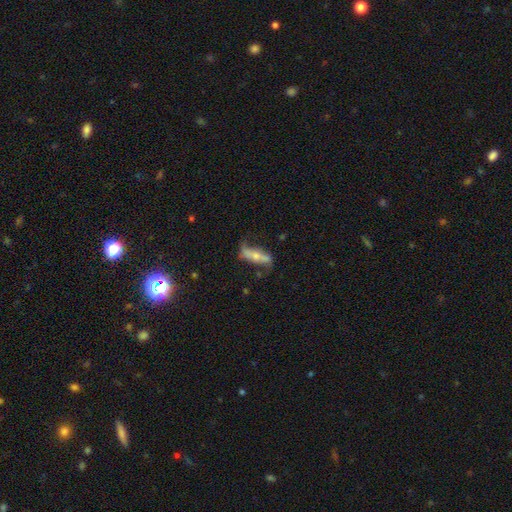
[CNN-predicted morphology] Overall: featured or disk (57%; smooth 36%). Edge-on disk: no (58%; yes 42%). Merging: none (57%; minor disturbance 24%).